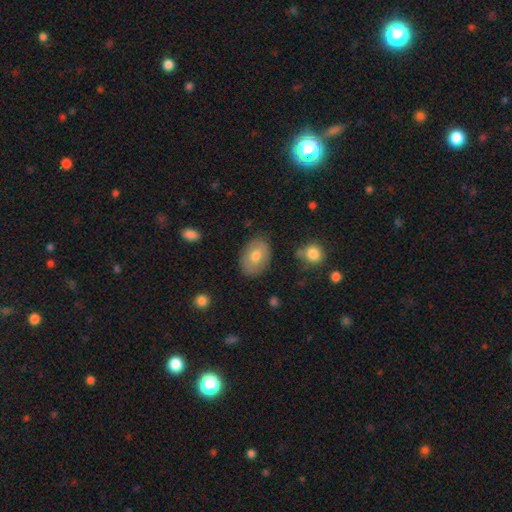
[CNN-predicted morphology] This appears to be a smooth galaxy with no disk features (69%) that is in between round and cigar-shaped (75%). Merging: none (81%).